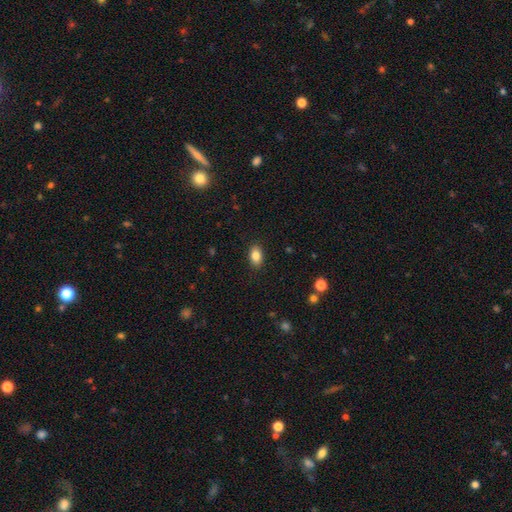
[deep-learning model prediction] smooth 85%, star or artifact 9%, featured or disk 6%. Down the decision tree: how rounded — in between (89%); merging — none (89%).